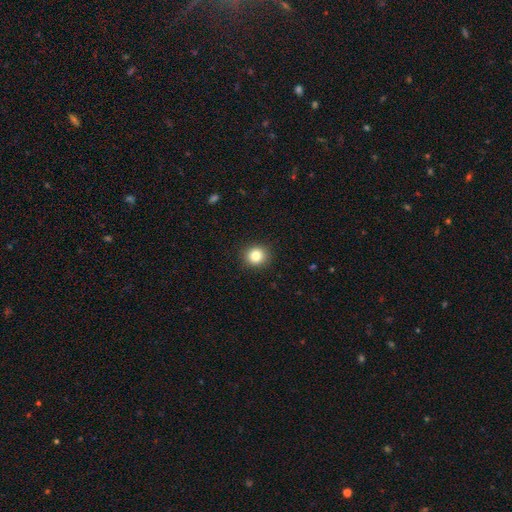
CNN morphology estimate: Smooth or featured? Predicted: smooth (p=0.83). How rounded? Predicted: round (p=0.90). Merging? Predicted: none (p=0.92).